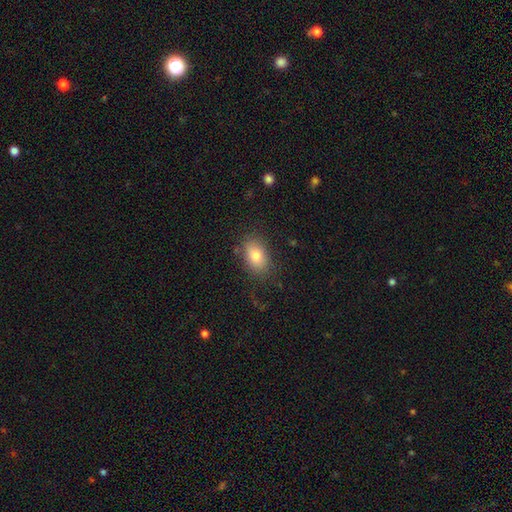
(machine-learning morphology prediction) smooth 80%, featured or disk 11%, star or artifact 9%. Down the decision tree: how rounded — in between (85%); merging — none (80%).